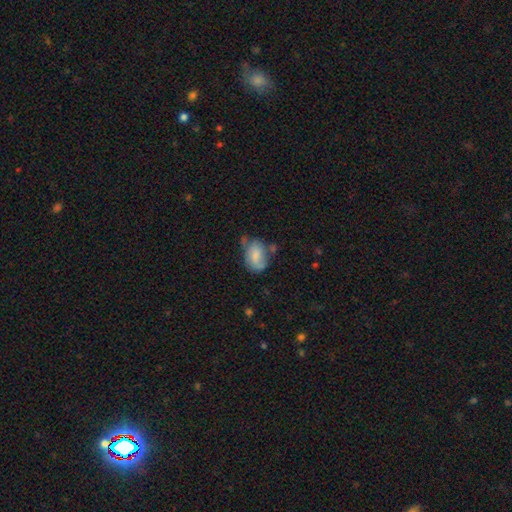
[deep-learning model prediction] Smooth or featured? Predicted: smooth (p=0.70). How rounded? Predicted: in between (p=0.81). Merging? Predicted: none (p=0.43).